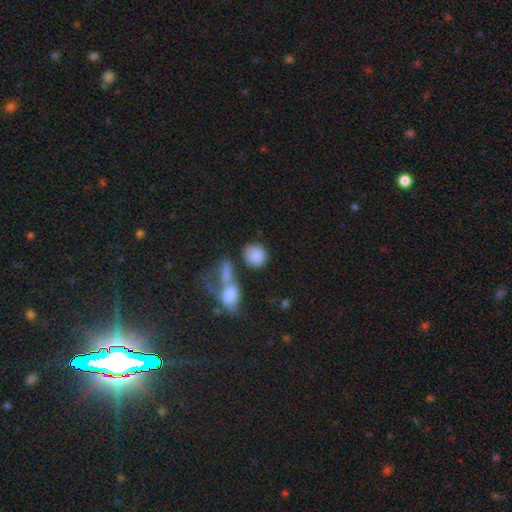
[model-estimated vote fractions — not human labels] Morphology: type=smooth (84%); roundness=round (76%); merging=none (56%).